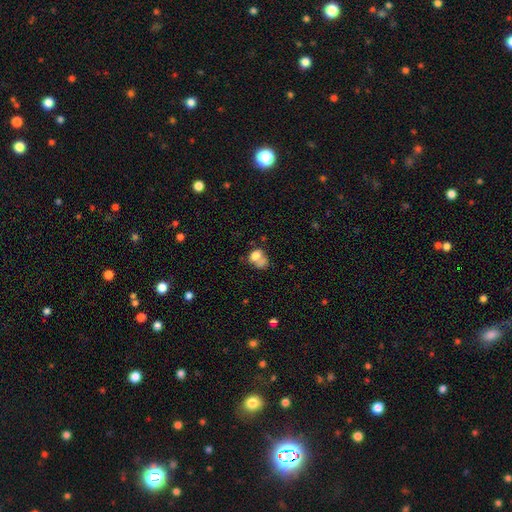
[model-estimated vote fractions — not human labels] smooth-or-featured: smooth: 70% | featured or disk: 19% | star or artifact: 11%
  how-rounded: in between: 66% | round: 32% | cigar-shaped: 1%
  merging: merger: 37% | none: 26% | major disturbance: 19% | minor disturbance: 19%